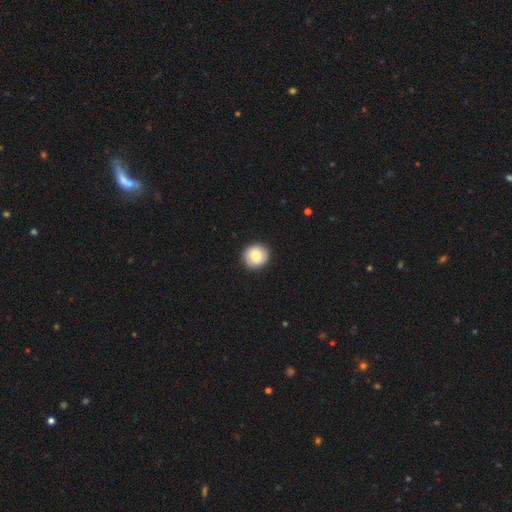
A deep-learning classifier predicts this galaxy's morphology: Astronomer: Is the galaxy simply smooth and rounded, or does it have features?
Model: smooth — 85%.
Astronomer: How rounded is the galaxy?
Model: round — 89%.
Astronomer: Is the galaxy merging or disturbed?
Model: none — 90%.